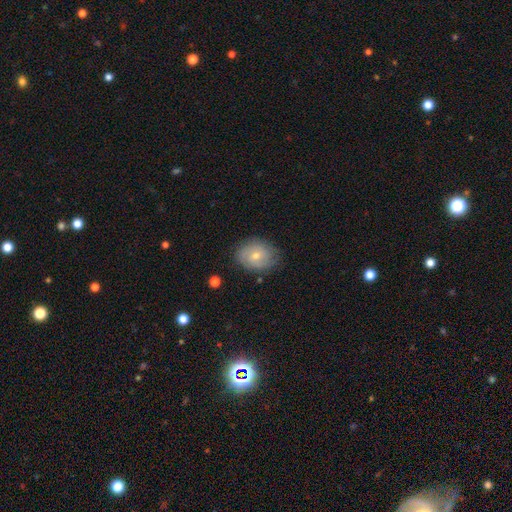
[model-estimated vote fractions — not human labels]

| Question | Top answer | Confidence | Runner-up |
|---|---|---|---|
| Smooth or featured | featured or disk | 54% | smooth (36%) |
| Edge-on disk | no | 96% | yes (4%) |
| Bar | no | 74% | weak (22%) |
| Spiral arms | yes | 76% | no (24%) |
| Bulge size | small | 52% | moderate (45%) |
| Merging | none | 79% | minor disturbance (16%) |